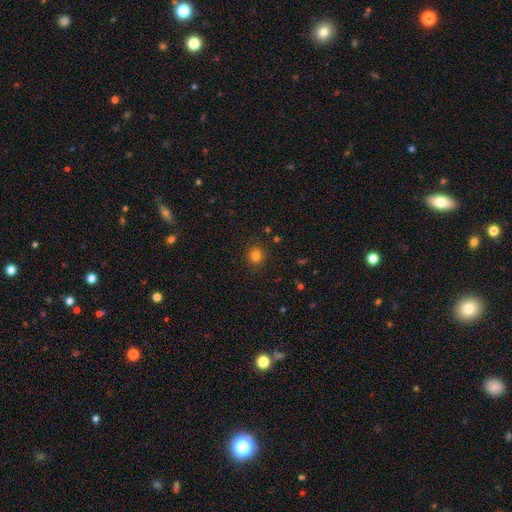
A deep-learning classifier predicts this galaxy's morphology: Overall: smooth (80%). How rounded: round (80%). Merging: none (87%).